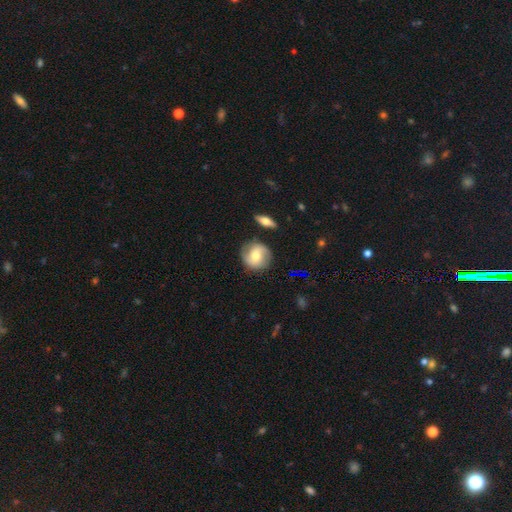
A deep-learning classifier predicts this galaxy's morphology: featured or disk 48%, smooth 44%, star or artifact 8%. Down the decision tree: merging — none (79%).